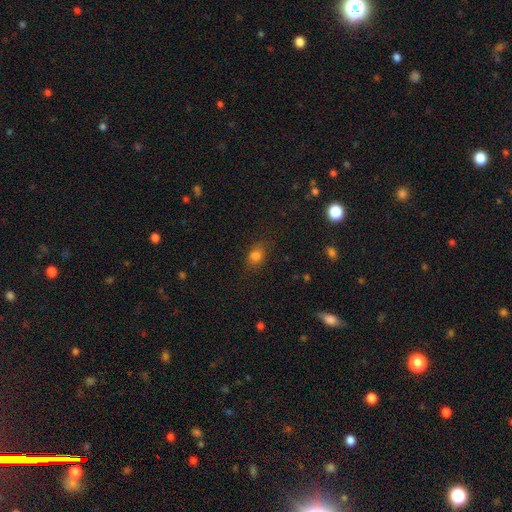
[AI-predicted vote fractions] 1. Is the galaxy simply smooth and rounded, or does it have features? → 78% smooth, 14% star or artifact, 8% featured or disk.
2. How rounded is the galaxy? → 66% in between, 32% round, 2% cigar-shaped.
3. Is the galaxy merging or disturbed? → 73% none, 19% minor disturbance, 7% major disturbance, 2% merger.